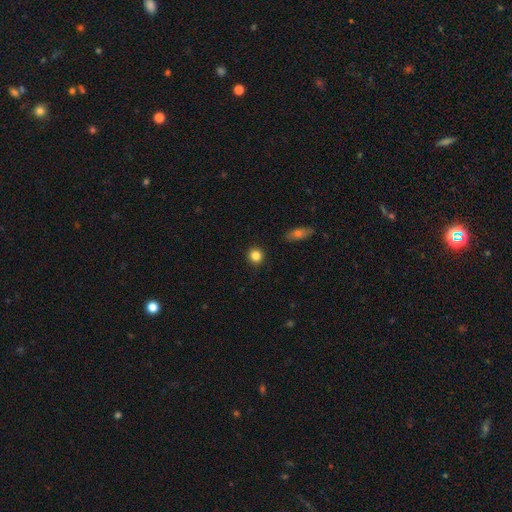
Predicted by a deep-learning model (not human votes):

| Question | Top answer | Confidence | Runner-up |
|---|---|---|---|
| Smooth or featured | smooth | 84% | star or artifact (10%) |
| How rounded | round | 92% | in between (7%) |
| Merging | none | 91% | minor disturbance (6%) |